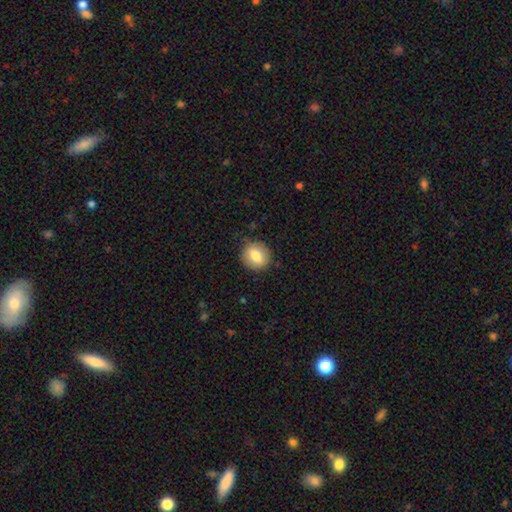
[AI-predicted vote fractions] This appears to be a smooth galaxy with no disk features (75%) that is round (76%). Merging: none (86%).